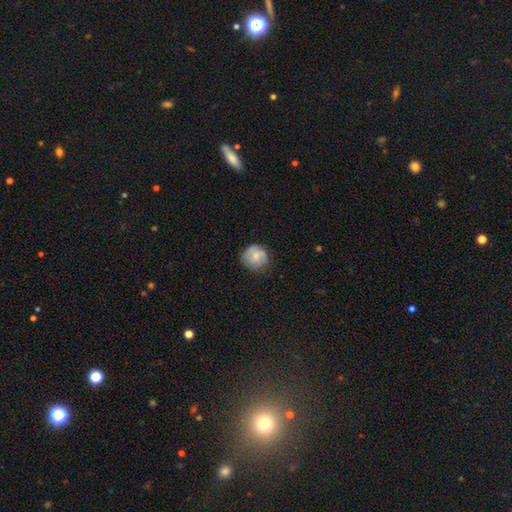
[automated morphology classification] type=smooth (68%); roundness=round (87%); merging=none (71%).